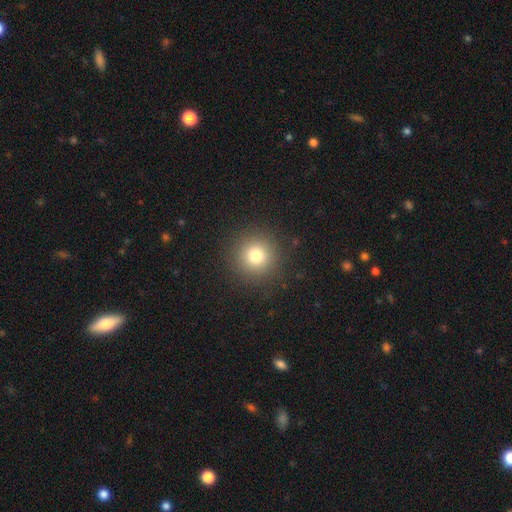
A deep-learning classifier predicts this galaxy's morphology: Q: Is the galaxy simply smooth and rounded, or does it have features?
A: smooth — 77%.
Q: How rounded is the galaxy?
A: round — 95%.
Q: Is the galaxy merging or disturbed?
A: none — 90%.